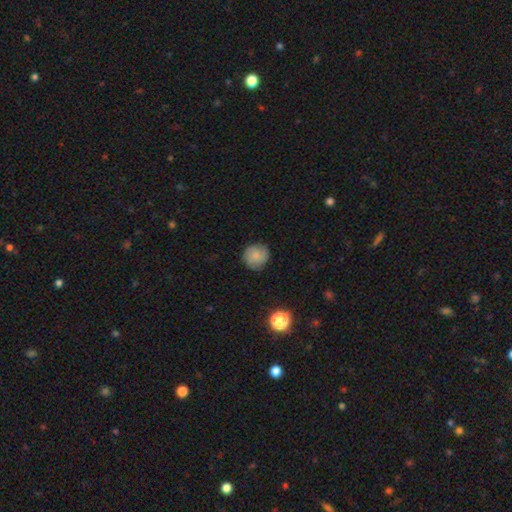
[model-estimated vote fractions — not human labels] The model was most divided on "smooth or featured": smooth: 77%, featured or disk: 13%, star or artifact: 10%. More confident: how rounded — round (91%); merging — none (82%).